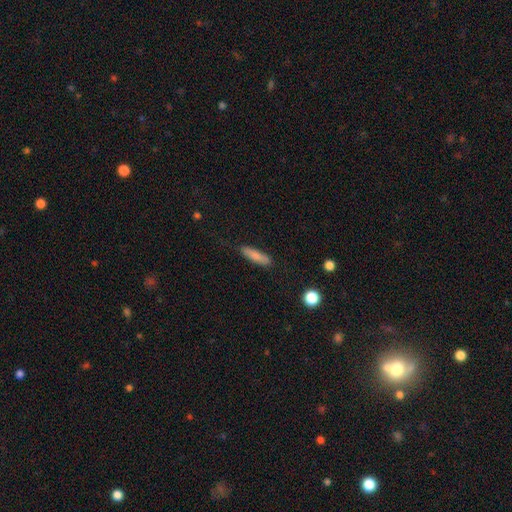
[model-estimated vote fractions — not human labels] smooth-or-featured: smooth: 81% | featured or disk: 12% | star or artifact: 7%
  how-rounded: cigar-shaped: 70% | in between: 28% | round: 2%
  merging: none: 83% | minor disturbance: 13% | major disturbance: 3% | merger: 2%